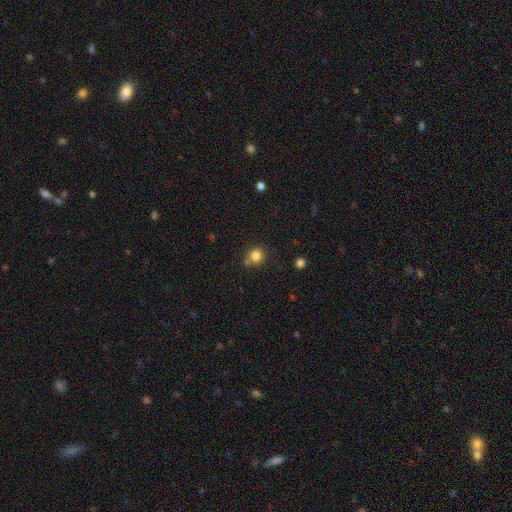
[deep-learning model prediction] smooth_or_featured: smooth (p=0.82) [alt: star or artifact p=0.12]
how_rounded: round (p=0.83) [alt: in between p=0.16]
merging: none (p=0.68) [alt: merger p=0.14]